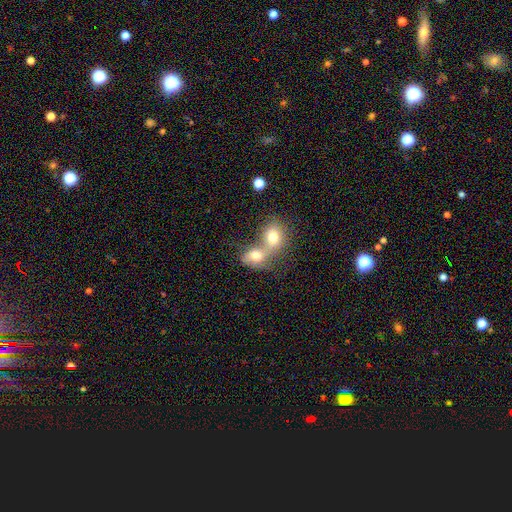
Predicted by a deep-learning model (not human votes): The model was most divided on "how rounded": in between: 54%, round: 45%, cigar-shaped: 2%. More confident: merging — merger (75%); smooth or featured — smooth (70%).